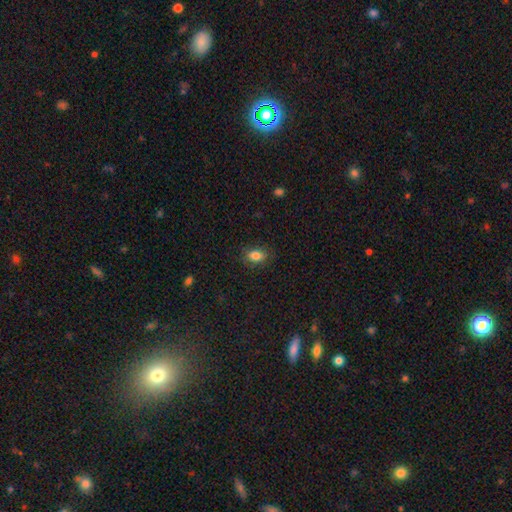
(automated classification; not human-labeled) Overall: smooth (82%). How rounded: in between (84%). Merging: none (83%).